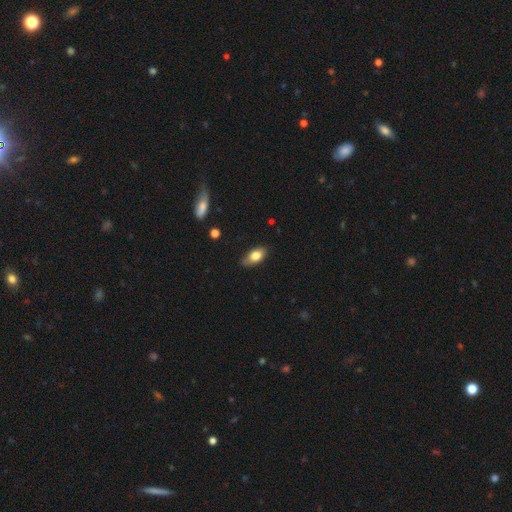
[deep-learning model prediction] smooth-or-featured: smooth: 78% | featured or disk: 15% | star or artifact: 7%
  how-rounded: in between: 89% | round: 6% | cigar-shaped: 5%
  merging: none: 75% | minor disturbance: 20% | major disturbance: 3% | merger: 1%